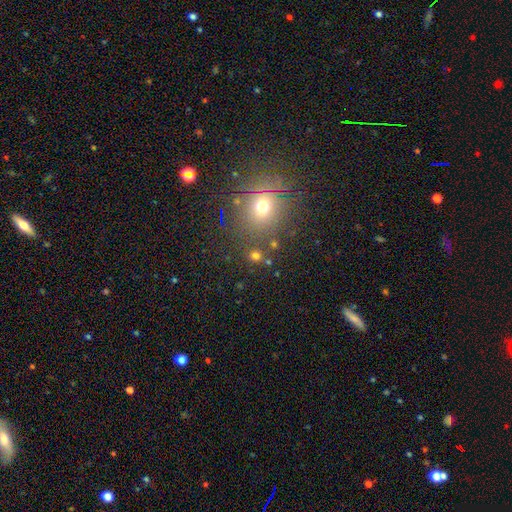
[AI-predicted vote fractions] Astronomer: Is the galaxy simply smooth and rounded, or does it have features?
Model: smooth — 67%.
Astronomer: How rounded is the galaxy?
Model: round — 81%.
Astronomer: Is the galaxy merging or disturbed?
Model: none — 79%.